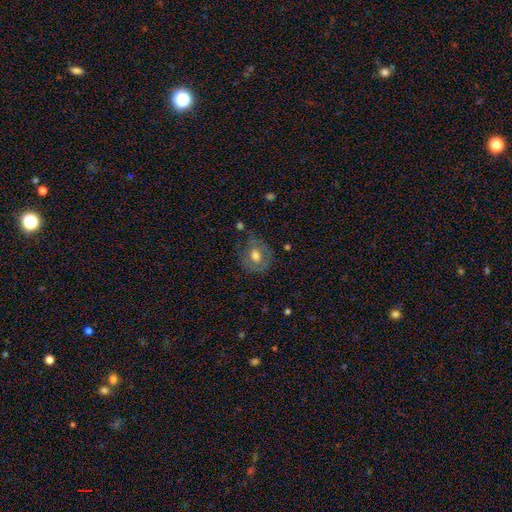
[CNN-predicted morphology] type=smooth (58%); roundness=round (70%); merging=none (65%).